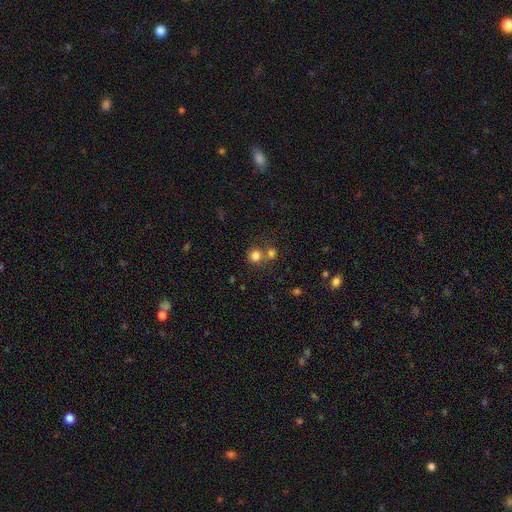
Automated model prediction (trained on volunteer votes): smooth 78%, star or artifact 14%, featured or disk 8%. Down the decision tree: how rounded — round (85%); merging — none (50%).